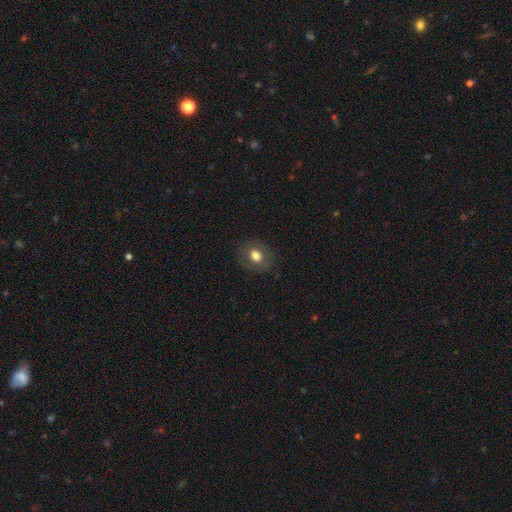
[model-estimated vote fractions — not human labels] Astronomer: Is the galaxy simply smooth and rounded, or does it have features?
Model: smooth — 73%.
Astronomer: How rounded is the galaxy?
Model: in between — 52% (runner-up: round, 47%).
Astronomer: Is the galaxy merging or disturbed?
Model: none — 84%.